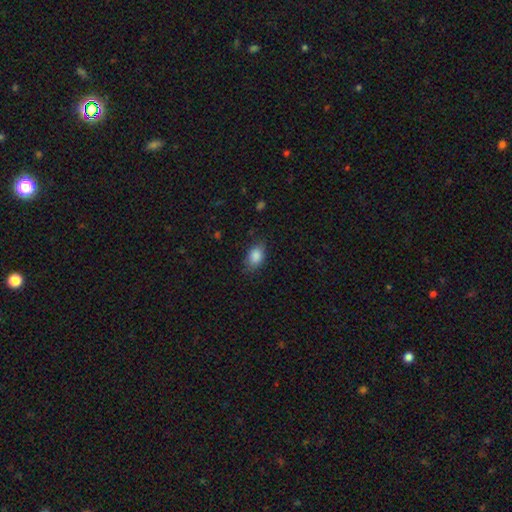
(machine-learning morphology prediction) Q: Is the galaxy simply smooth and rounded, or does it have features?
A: smooth — 87%.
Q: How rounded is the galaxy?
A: in between — 85%.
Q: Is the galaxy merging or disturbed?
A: none — 76%.